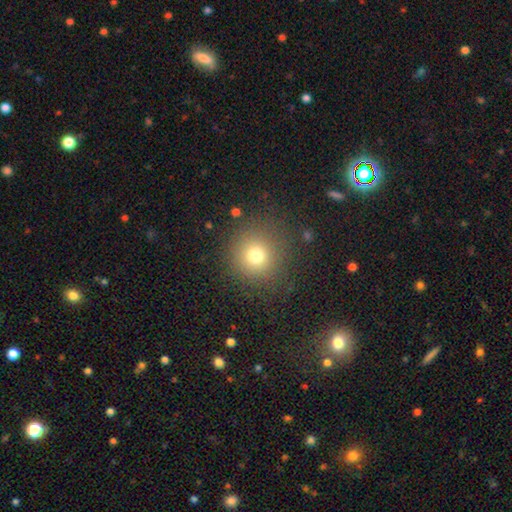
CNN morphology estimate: Q: Smooth or featured?
A: smooth (75%); runner-up: star or artifact (16%)
Q: How rounded?
A: round (92%); runner-up: in between (7%)
Q: Merging?
A: none (85%); runner-up: minor disturbance (9%)